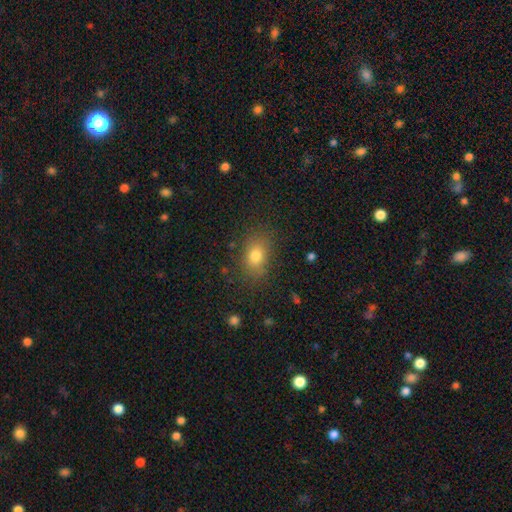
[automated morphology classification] smooth_or_featured: smooth (p=0.78) [alt: star or artifact p=0.12]
how_rounded: in between (p=0.73) [alt: round p=0.25]
merging: none (p=0.81) [alt: minor disturbance p=0.13]